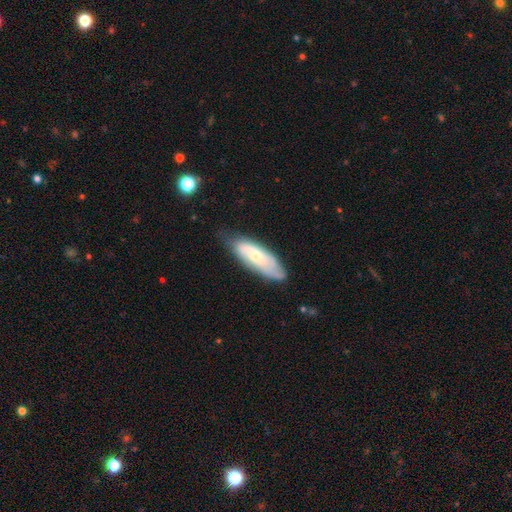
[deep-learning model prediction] A smooth galaxy with no disk features (51%) that is in between round and cigar-shaped (63%).

Vote fractions:
- Smooth or featured? smooth: 51% / featured or disk: 42% / star or artifact: 6%
- How rounded? in between: 63% / cigar-shaped: 35% / round: 2%
- Merging? none: 61% / minor disturbance: 30% / major disturbance: 8% / merger: 2%